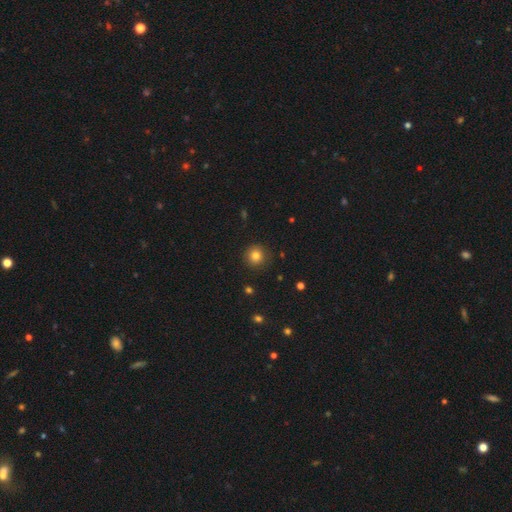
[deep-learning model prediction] Smooth or featured?
  - smooth: 81% *
  - star or artifact: 12%
  - featured or disk: 7%
How rounded?
  - round: 93% *
  - in between: 6%
  - cigar-shaped: 1%
Merging?
  - none: 90% *
  - minor disturbance: 7%
  - major disturbance: 2%
  - merger: 1%